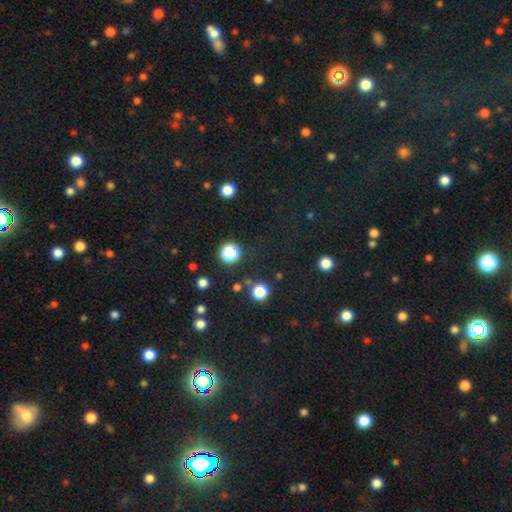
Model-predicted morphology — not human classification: A star or artifact, not a galaxy (71%).

Vote fractions:
- Smooth or featured? star or artifact: 71% / smooth: 22% / featured or disk: 7%